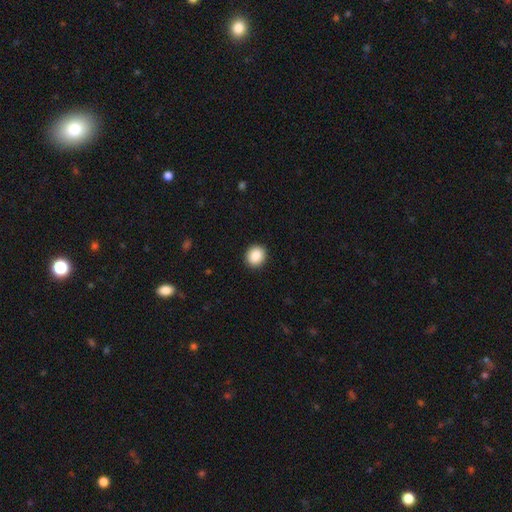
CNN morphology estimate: Q: Smooth or featured?
A: smooth (88%); runner-up: star or artifact (8%)
Q: How rounded?
A: round (78%); runner-up: in between (22%)
Q: Merging?
A: none (92%); runner-up: minor disturbance (6%)